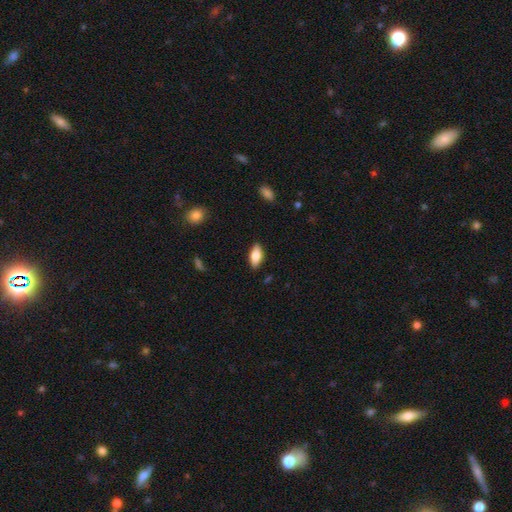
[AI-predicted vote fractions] This is likely a smooth galaxy (79%). How rounded: clearly in between (85%). Merging: clearly none (87%).